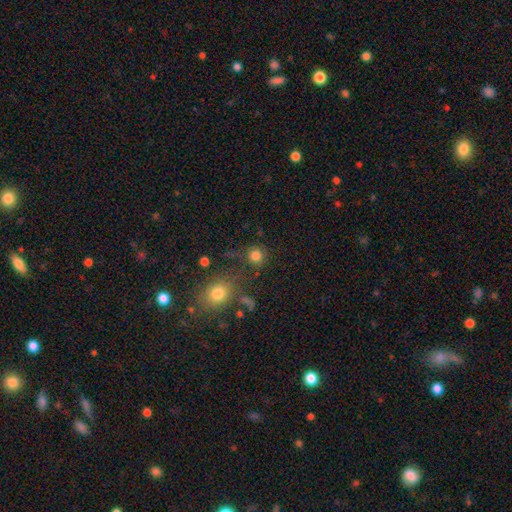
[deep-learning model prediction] Smooth or featured: smooth — 80% (star or artifact — 13%)
How rounded: round — 91% (in between — 8%)
Merging: none — 75% (minor disturbance — 10%)